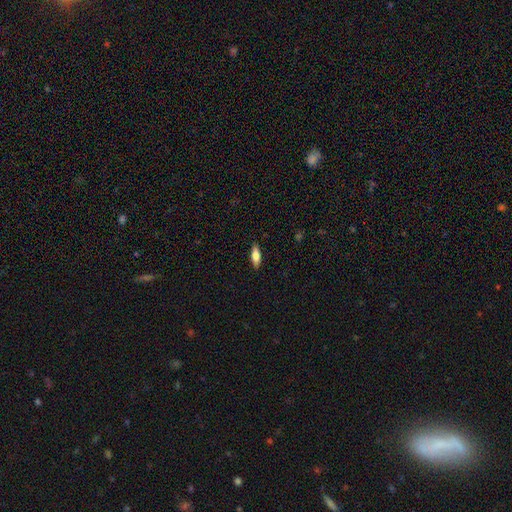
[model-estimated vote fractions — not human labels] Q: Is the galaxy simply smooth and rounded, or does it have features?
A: smooth — 65%.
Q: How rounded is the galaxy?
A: in between — 61%.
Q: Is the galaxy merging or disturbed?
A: none — 89%.